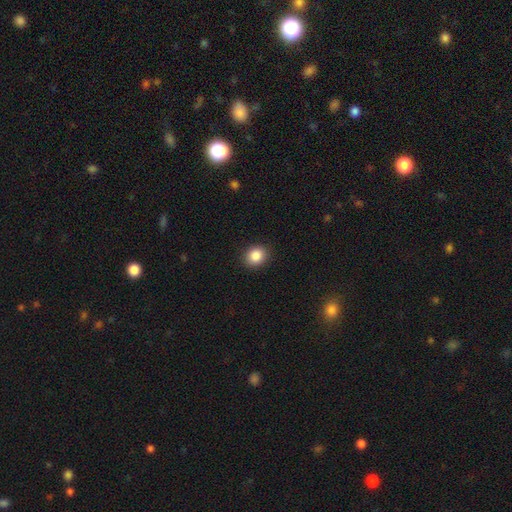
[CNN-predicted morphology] Overall: smooth (87%). How rounded: round (70%). Merging: none (90%).